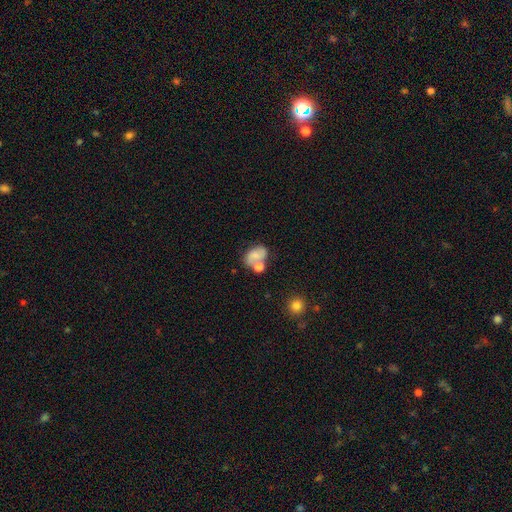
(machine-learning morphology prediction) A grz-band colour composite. It shows a smooth galaxy with no disk features (60%) that is in between round and cigar-shaped (76%). Merging: merger (38%).